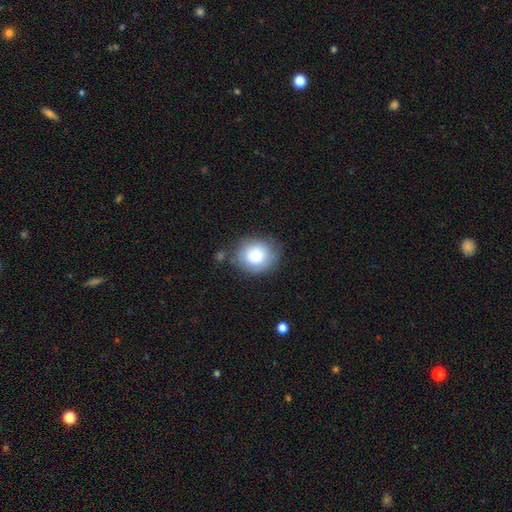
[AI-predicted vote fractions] The model was most divided on "how rounded": round: 76%, in between: 23%, cigar-shaped: 1%. More confident: smooth or featured — smooth (78%); merging — none (75%).